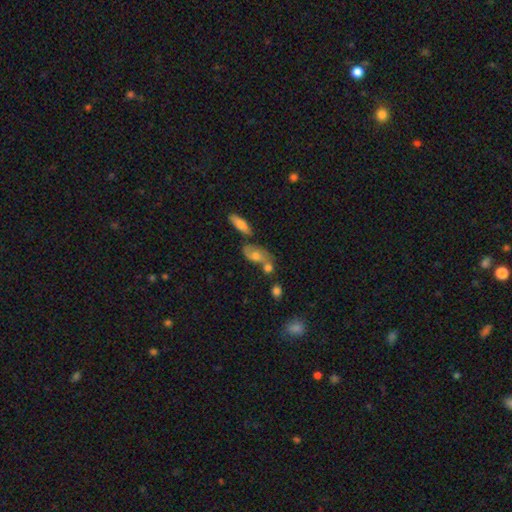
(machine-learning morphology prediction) Smooth or featured?
  - smooth: 49% *
  - featured or disk: 40%
  - star or artifact: 11%
Merging?
  - none: 40% *
  - merger: 34%
  - minor disturbance: 17%
  - major disturbance: 9%